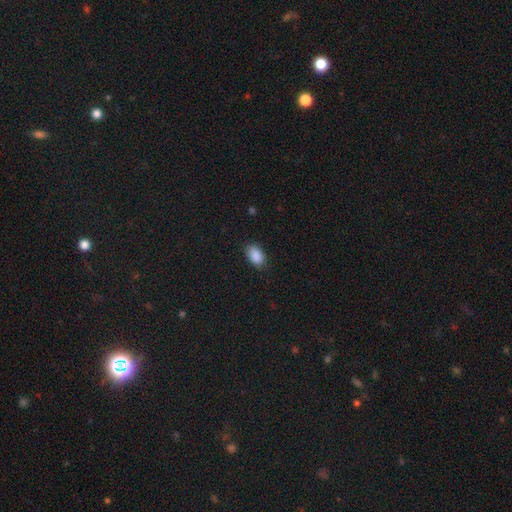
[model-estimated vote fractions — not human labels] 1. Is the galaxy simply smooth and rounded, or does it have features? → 89% smooth, 7% star or artifact, 3% featured or disk.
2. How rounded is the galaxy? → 90% in between, 8% round, 1% cigar-shaped.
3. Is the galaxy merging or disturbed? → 83% none, 13% minor disturbance, 3% major disturbance, 1% merger.